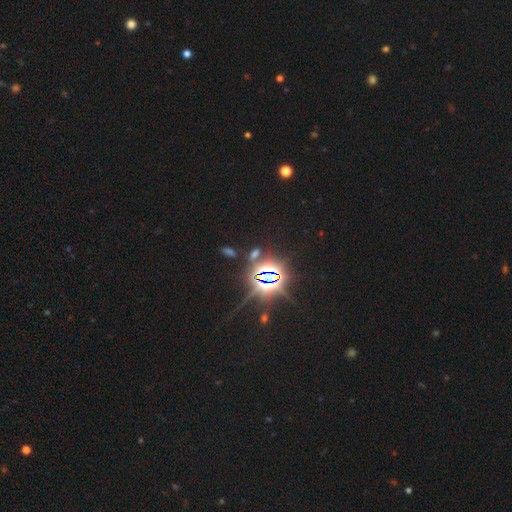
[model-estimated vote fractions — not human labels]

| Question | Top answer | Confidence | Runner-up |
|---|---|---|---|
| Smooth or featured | star or artifact | 83% | smooth (9%) |